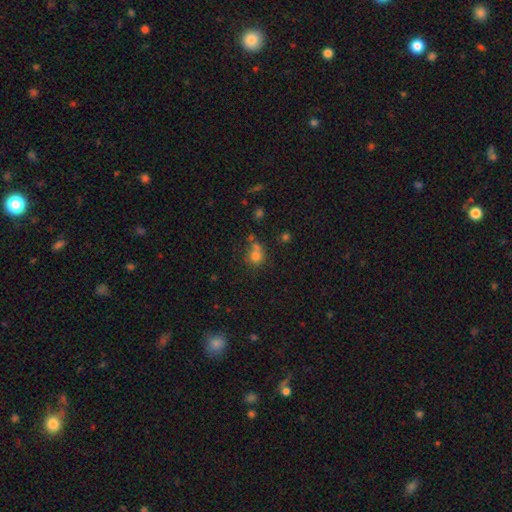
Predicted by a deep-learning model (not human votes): smooth 74%, star or artifact 16%, featured or disk 11%. Down the decision tree: how rounded — round (79%); merging — none (46%).